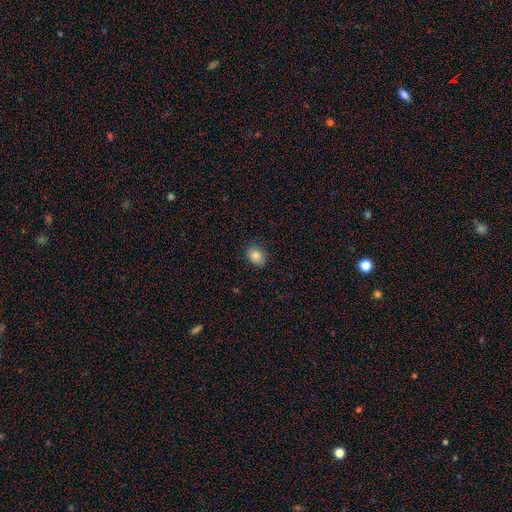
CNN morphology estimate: This is clearly a smooth galaxy (85%). How rounded: likely in between (63%). Merging: clearly none (82%).